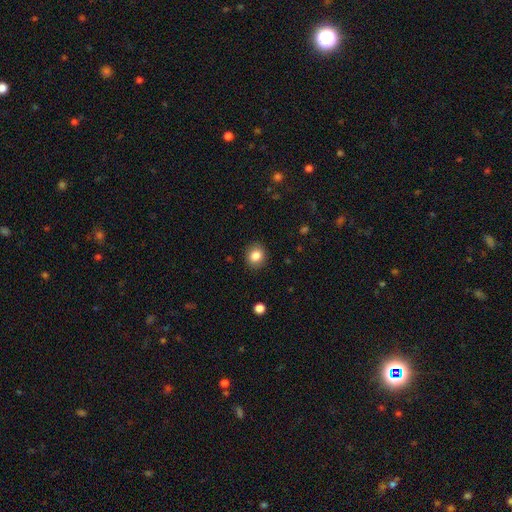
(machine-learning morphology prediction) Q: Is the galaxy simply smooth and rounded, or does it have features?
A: smooth — 85%.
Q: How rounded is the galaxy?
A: round — 72%.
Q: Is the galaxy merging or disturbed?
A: none — 88%.